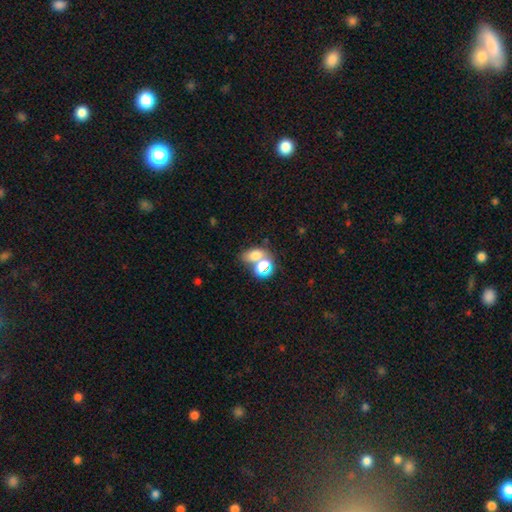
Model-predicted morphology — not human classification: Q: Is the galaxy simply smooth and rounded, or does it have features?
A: smooth — 69%.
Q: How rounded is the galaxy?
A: in between — 71%.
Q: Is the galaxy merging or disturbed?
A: merger — 47%.